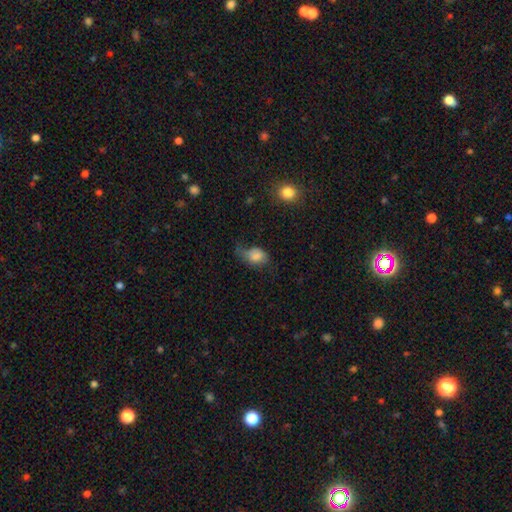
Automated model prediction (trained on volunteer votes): Smooth or featured: smooth — 73% (featured or disk — 17%)
How rounded: in between — 77% (round — 22%)
Merging: minor disturbance — 34% (major disturbance — 33%)